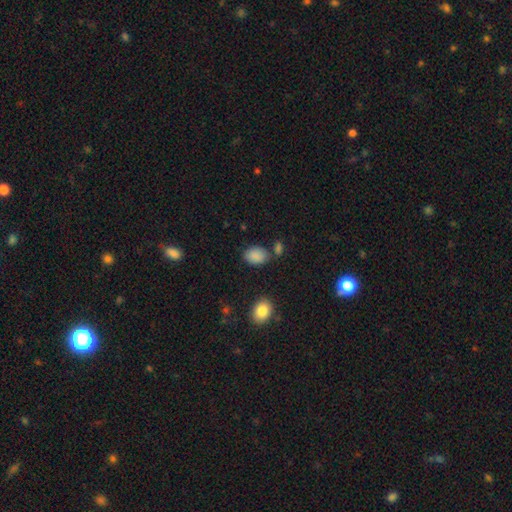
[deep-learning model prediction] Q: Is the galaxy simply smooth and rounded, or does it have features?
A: smooth — 88%.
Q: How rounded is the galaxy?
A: in between — 80%.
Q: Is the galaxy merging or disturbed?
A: none — 71%.